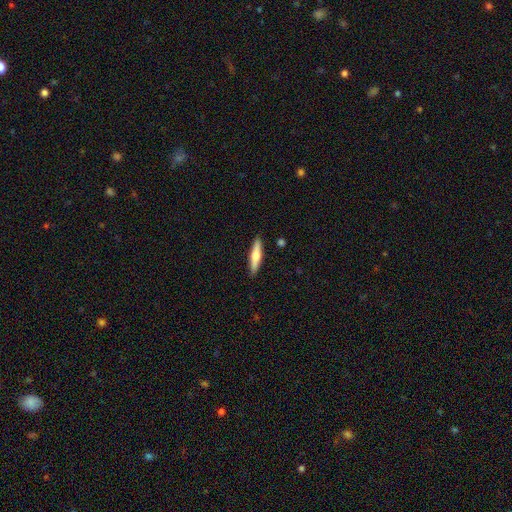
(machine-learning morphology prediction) smooth_or_featured: smooth (p=0.56) [alt: featured or disk p=0.39]
how_rounded: cigar-shaped (p=0.81) [alt: in between p=0.17]
merging: none (p=0.89) [alt: minor disturbance p=0.08]